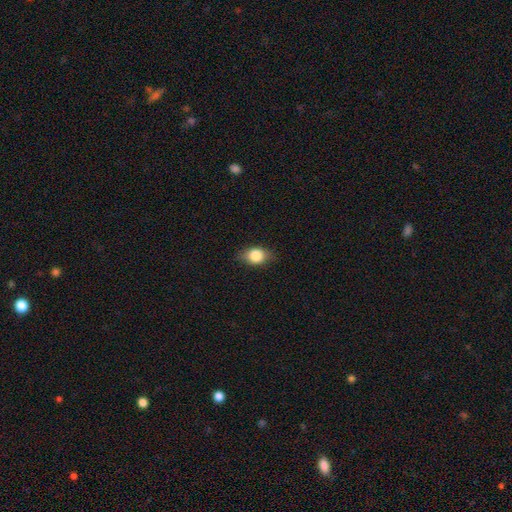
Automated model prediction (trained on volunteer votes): Morphology: type=smooth (81%); roundness=in between (66%); merging=none (79%).